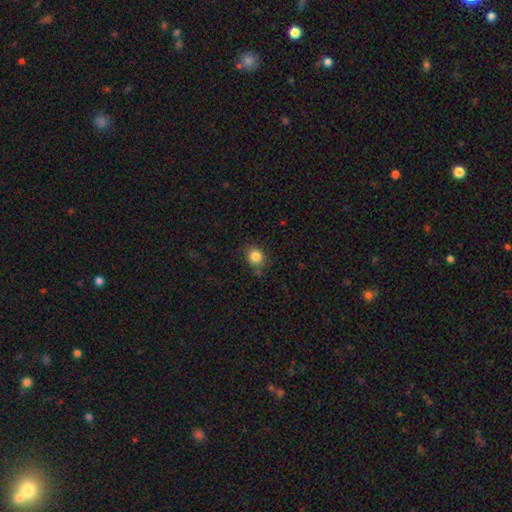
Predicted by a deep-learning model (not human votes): A smooth galaxy with no disk features (84%) that is round (79%).

Vote fractions:
- Smooth or featured? smooth: 84% / star or artifact: 11% / featured or disk: 5%
- How rounded? round: 79% / in between: 20% / cigar-shaped: 1%
- Merging? none: 77% / minor disturbance: 16% / merger: 4% / major disturbance: 4%